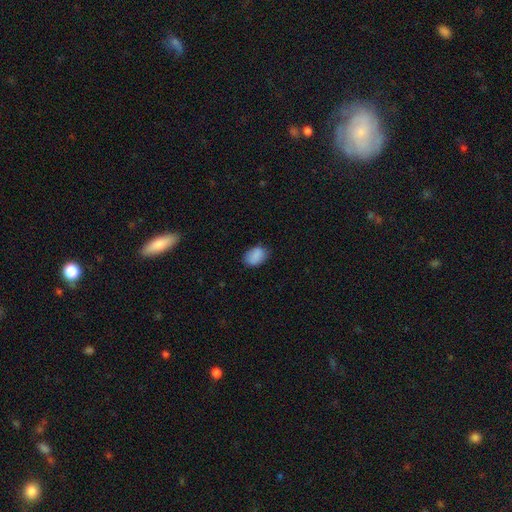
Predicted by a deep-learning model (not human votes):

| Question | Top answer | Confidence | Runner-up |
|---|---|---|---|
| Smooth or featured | smooth | 87% | star or artifact (8%) |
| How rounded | in between | 82% | round (17%) |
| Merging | none | 77% | minor disturbance (18%) |